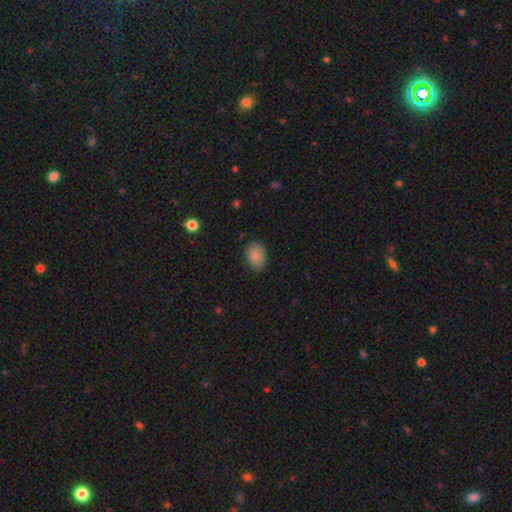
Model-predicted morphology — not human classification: Overall: smooth (86%). How rounded: in between (75%). Merging: none (83%).